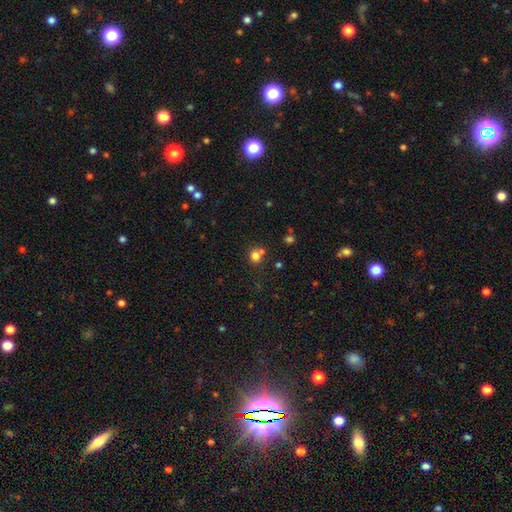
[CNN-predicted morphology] Smooth or featured: smooth — 76% (star or artifact — 16%)
How rounded: round — 78% (in between — 21%)
Merging: none — 55% (merger — 30%)